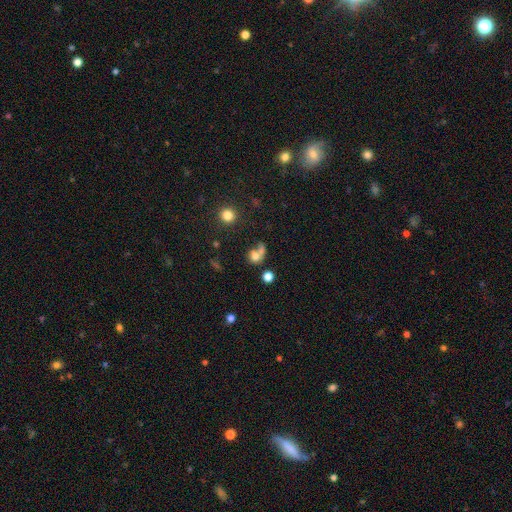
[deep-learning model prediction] smooth 65%, featured or disk 20%, star or artifact 15%. Down the decision tree: how rounded — round (66%); merging — merger (46%).